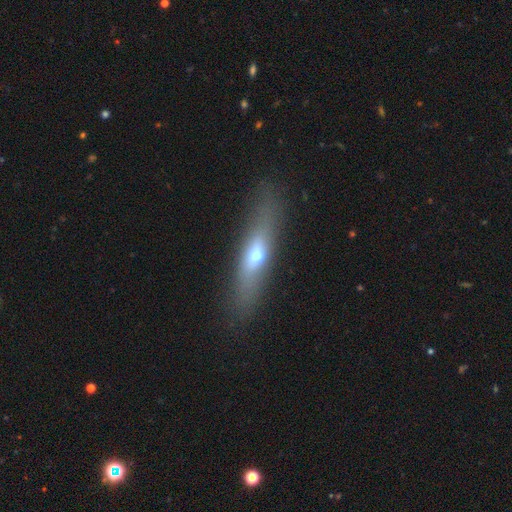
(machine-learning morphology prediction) Smooth or featured: smooth — 51% (featured or disk — 41%)
How rounded: cigar-shaped — 73% (in between — 24%)
Merging: none — 84% (minor disturbance — 11%)